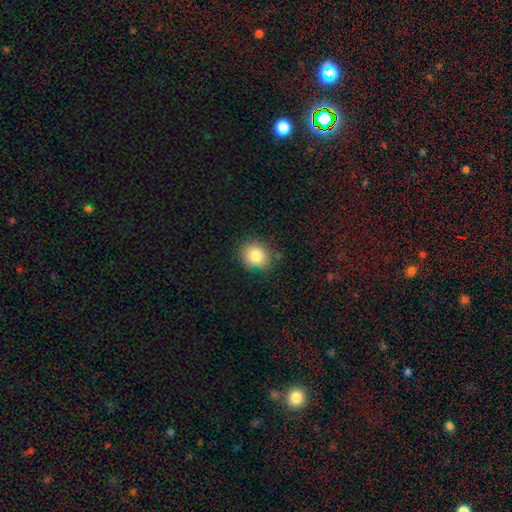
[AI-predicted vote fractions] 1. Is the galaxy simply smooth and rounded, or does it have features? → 82% smooth, 10% star or artifact, 7% featured or disk.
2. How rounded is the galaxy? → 76% round, 23% in between, 1% cigar-shaped.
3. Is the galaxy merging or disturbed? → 79% none, 15% minor disturbance, 3% major disturbance, 2% merger.